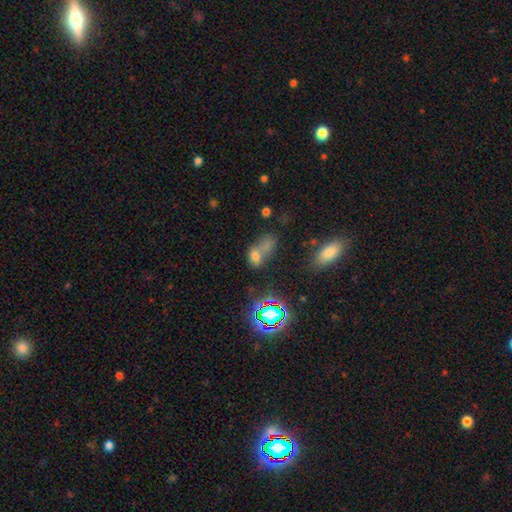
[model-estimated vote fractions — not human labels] smooth_or_featured: star or artifact (p=0.52) [alt: smooth p=0.30]